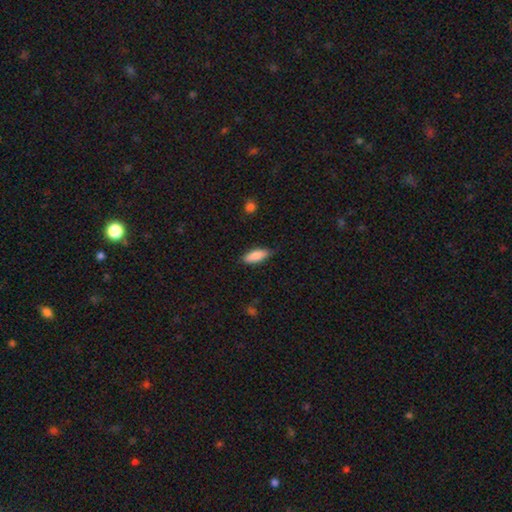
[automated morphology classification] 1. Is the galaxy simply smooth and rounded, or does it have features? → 85% smooth, 9% featured or disk, 6% star or artifact.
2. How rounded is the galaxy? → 71% in between, 27% cigar-shaped, 2% round.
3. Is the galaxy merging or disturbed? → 81% none, 15% minor disturbance, 3% major disturbance, 1% merger.